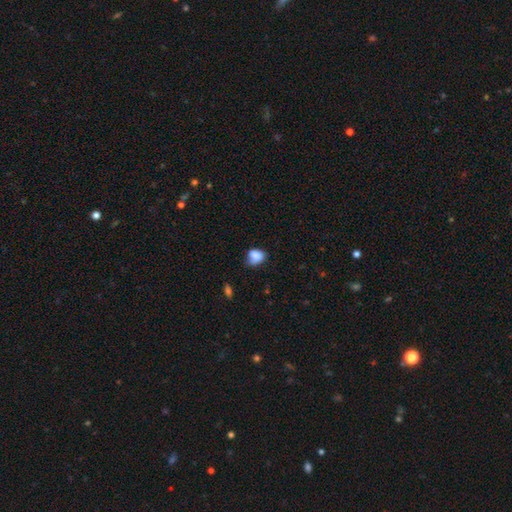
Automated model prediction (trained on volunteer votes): This is likely a smooth galaxy (78%). How rounded: likely in between (65%). Merging: marginally none (39%).